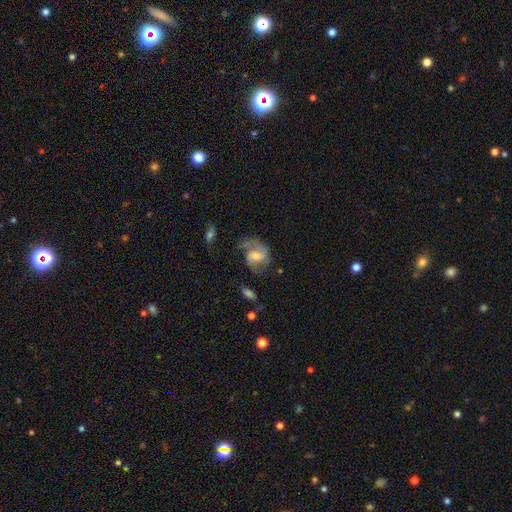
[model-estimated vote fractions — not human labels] Smooth or featured: featured or disk — 74% (smooth — 18%)
Edge-on disk: no — 97% (yes — 3%)
Bar: weak — 46% (no — 40%)
Spiral arms: yes — 92% (no — 8%)
Spiral winding: medium — 48% (loose — 31%)
Spiral arm count: 2 — 71% (1 — 17%)
Bulge size: moderate — 41% (small — 37%)
Merging: none — 54% (minor disturbance — 21%)